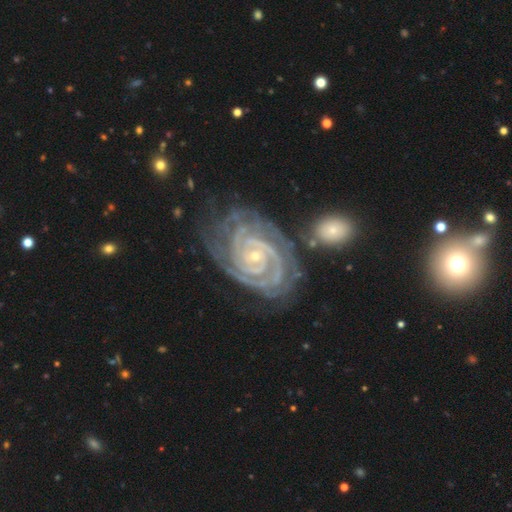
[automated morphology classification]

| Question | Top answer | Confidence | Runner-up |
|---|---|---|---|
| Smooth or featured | featured or disk | 93% | star or artifact (4%) |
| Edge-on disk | no | 97% | yes (3%) |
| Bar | no | 64% | weak (23%) |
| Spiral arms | yes | 99% | no (1%) |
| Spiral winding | tight | 85% | medium (13%) |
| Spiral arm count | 2 | 43% | 3 (21%) |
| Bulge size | small | 81% | moderate (15%) |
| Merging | none | 65% | minor disturbance (20%) |